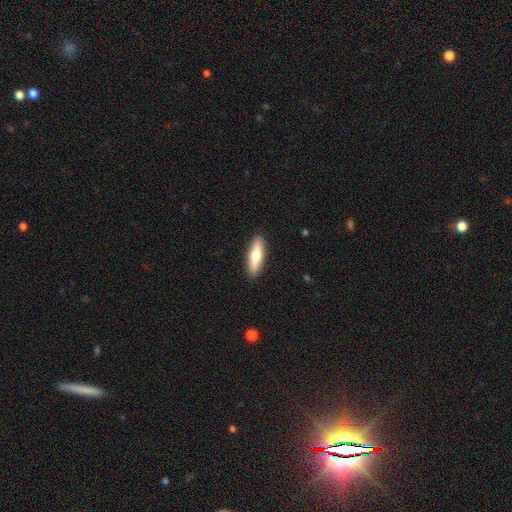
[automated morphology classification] Smooth or featured? smooth (66%)
How rounded? cigar-shaped (53%)
Merging? none (90%)